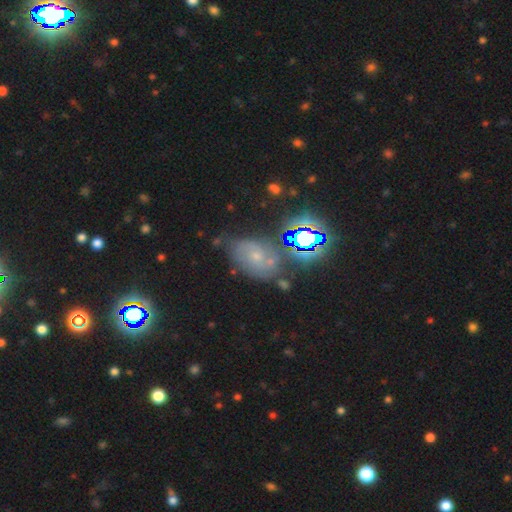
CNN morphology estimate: smooth-or-featured: featured or disk: 40% | star or artifact: 31% | smooth: 29%
  merging: none: 56% | minor disturbance: 24% | major disturbance: 10% | merger: 9%